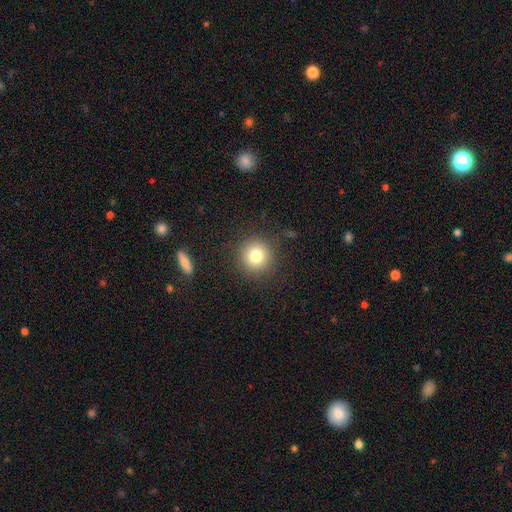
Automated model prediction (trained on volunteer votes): Q: Smooth or featured?
A: smooth (79%); runner-up: star or artifact (12%)
Q: How rounded?
A: round (93%); runner-up: in between (6%)
Q: Merging?
A: none (88%); runner-up: minor disturbance (8%)